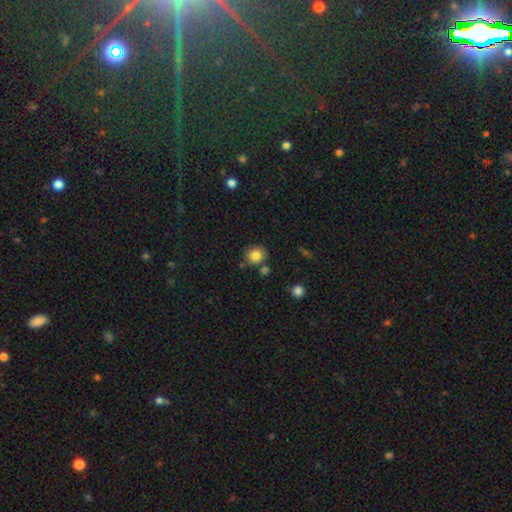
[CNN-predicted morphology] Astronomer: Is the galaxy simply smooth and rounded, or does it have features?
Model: smooth — 81%.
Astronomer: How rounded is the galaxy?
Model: round — 81%.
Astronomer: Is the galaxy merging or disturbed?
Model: none — 76%.